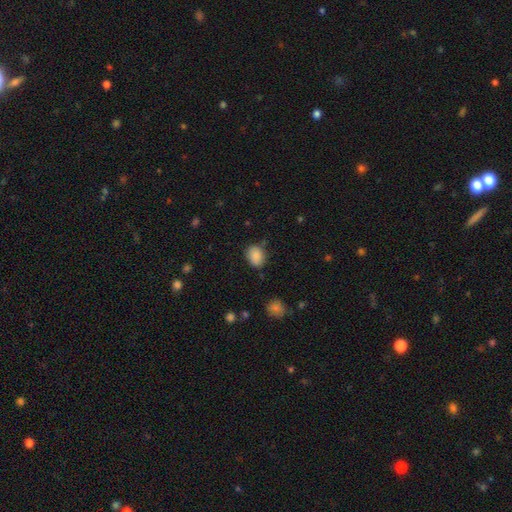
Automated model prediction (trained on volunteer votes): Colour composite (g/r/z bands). It shows a smooth galaxy with no disk features (86%) that is in between round and cigar-shaped (54%). Merging: none (76%).